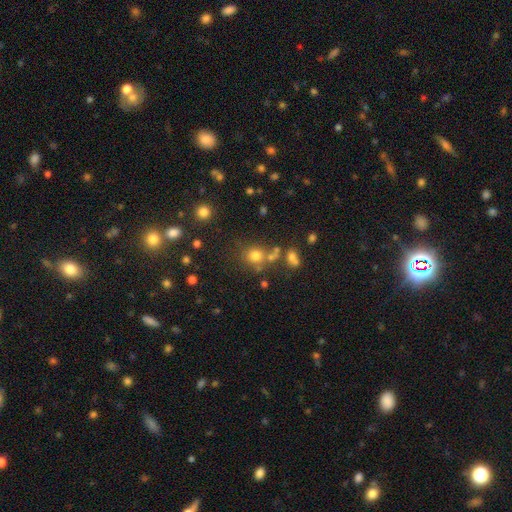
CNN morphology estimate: This is likely a smooth galaxy (72%). How rounded: clearly round (82%). Merging: likely none (64%).